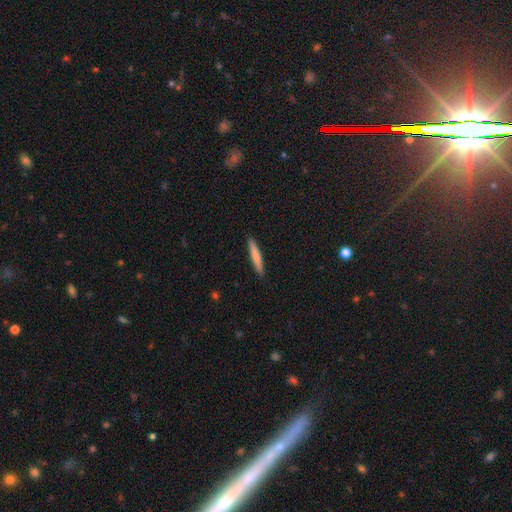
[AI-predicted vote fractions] smooth_or_featured: smooth (p=0.75) [alt: featured or disk p=0.20]
how_rounded: cigar-shaped (p=0.94) [alt: in between p=0.04]
merging: none (p=0.91) [alt: minor disturbance p=0.06]